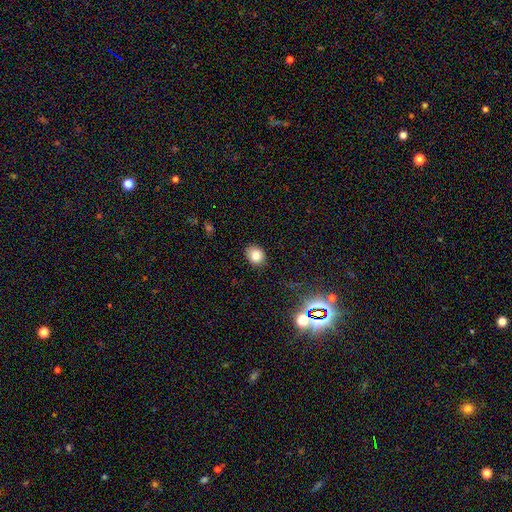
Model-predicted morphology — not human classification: This appears to be a smooth galaxy with no disk features (80%) that is round (56%). Merging: none (88%).